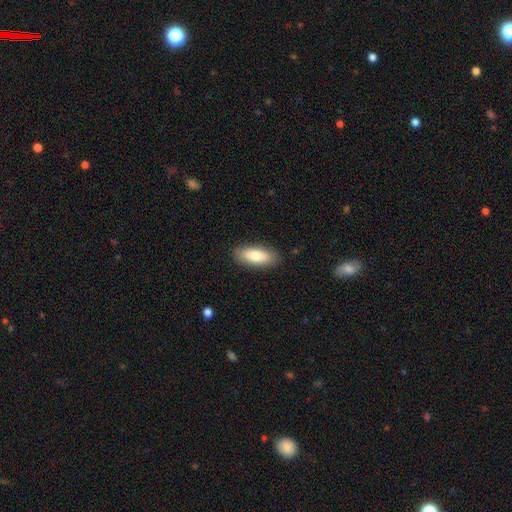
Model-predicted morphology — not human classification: Q: Smooth or featured?
A: smooth (78%); runner-up: featured or disk (16%)
Q: How rounded?
A: in between (85%); runner-up: cigar-shaped (12%)
Q: Merging?
A: none (87%); runner-up: minor disturbance (9%)